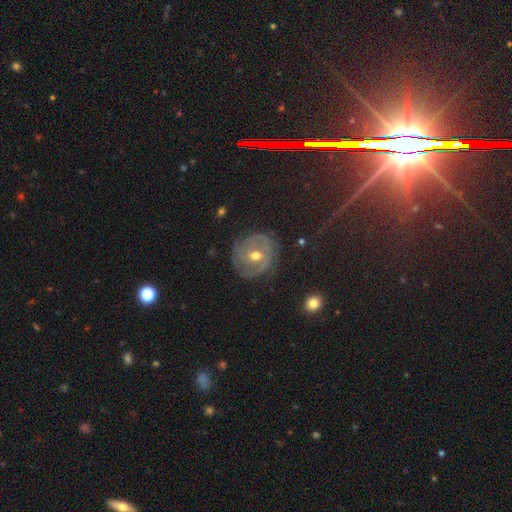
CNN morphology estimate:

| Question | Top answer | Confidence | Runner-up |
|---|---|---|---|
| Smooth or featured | featured or disk | 71% | smooth (17%) |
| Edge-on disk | no | 96% | yes (4%) |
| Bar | no | 47% | weak (40%) |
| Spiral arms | yes | 81% | no (19%) |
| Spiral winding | tight | 65% | medium (26%) |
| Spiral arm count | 2 | 34% | can't tell (31%) |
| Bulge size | moderate | 77% | small (17%) |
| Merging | none | 76% | minor disturbance (16%) |